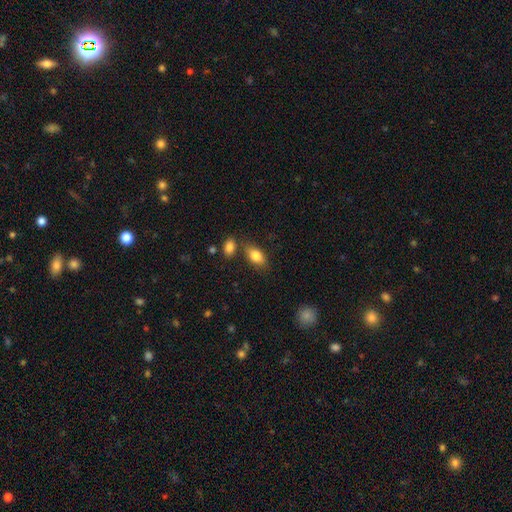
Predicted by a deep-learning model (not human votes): Smooth or featured?
  - smooth: 83% *
  - featured or disk: 10%
  - star or artifact: 7%
How rounded?
  - in between: 88% *
  - round: 6%
  - cigar-shaped: 6%
Merging?
  - none: 71% *
  - minor disturbance: 13%
  - merger: 12%
  - major disturbance: 4%